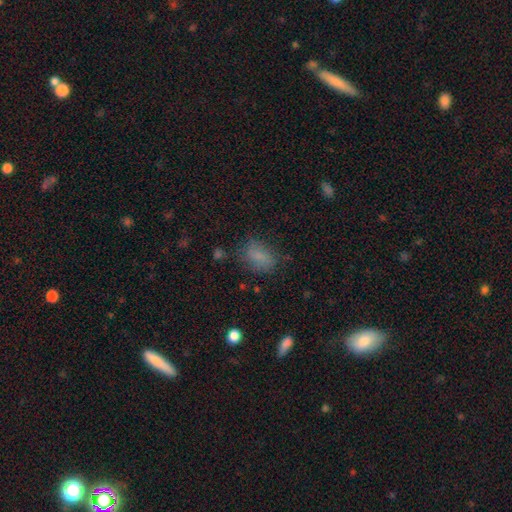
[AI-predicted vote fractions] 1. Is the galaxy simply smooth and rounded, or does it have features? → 71% smooth, 17% star or artifact, 12% featured or disk.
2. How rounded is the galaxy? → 80% in between, 15% round, 4% cigar-shaped.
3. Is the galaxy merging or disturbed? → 70% none, 19% minor disturbance, 9% major disturbance, 3% merger.